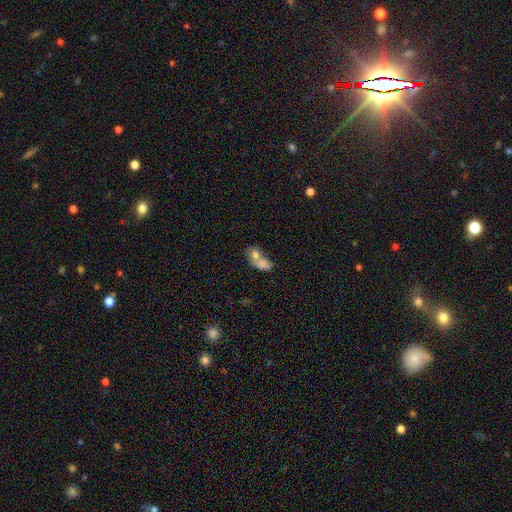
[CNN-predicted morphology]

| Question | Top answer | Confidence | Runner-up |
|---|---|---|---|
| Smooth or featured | smooth | 71% | featured or disk (20%) |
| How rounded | in between | 71% | round (27%) |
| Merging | merger | 70% | none (16%) |